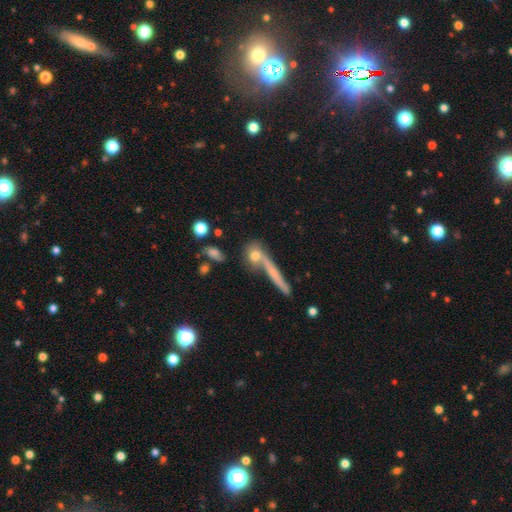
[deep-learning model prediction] Overall: smooth (53%; featured or disk 33%). How rounded: cigar-shaped (49%; round 34%). Merging: none (58%; merger 23%).